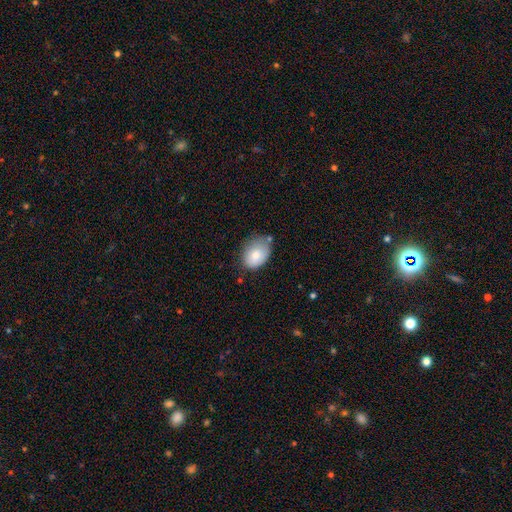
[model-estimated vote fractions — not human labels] This is likely a smooth galaxy (80%). How rounded: likely in between (77%). Merging: possibly none (58%).